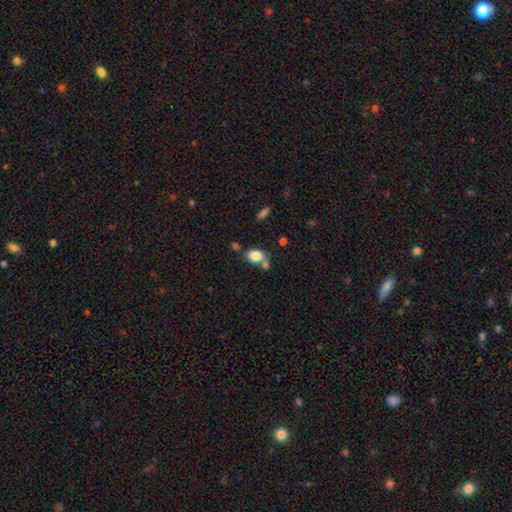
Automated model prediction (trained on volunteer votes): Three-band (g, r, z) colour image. It shows a smooth galaxy with no disk features (83%) that is in between round and cigar-shaped (78%). Merging: none (51%).